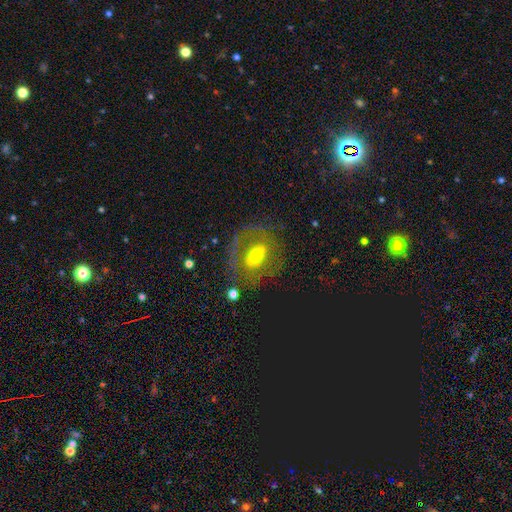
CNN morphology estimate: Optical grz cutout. It shows a featured or disk galaxy (58%) with no bar (49%), no spiral arms (62%) and a moderate central bulge (59%). Merging: none (67%).